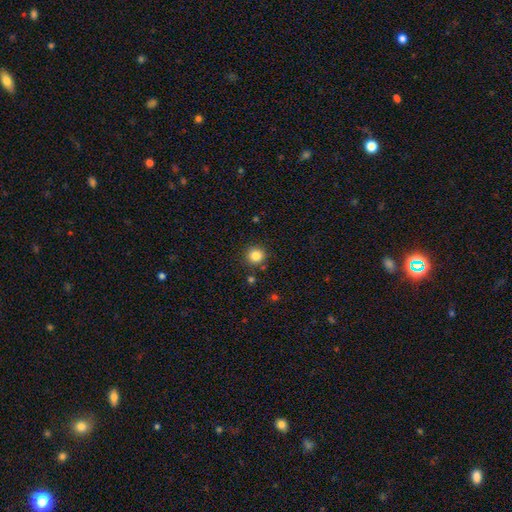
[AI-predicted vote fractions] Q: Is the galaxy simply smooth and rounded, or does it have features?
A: smooth — 84%.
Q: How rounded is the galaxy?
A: round — 92%.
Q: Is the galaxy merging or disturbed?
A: none — 87%.